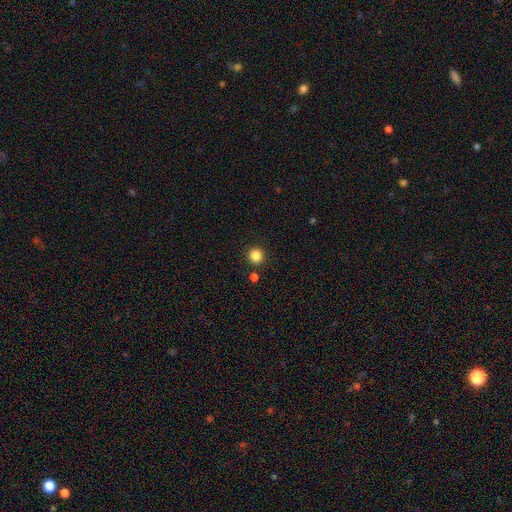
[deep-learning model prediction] Q: Smooth or featured?
A: smooth (84%); runner-up: star or artifact (12%)
Q: How rounded?
A: round (95%); runner-up: in between (4%)
Q: Merging?
A: none (89%); runner-up: minor disturbance (5%)